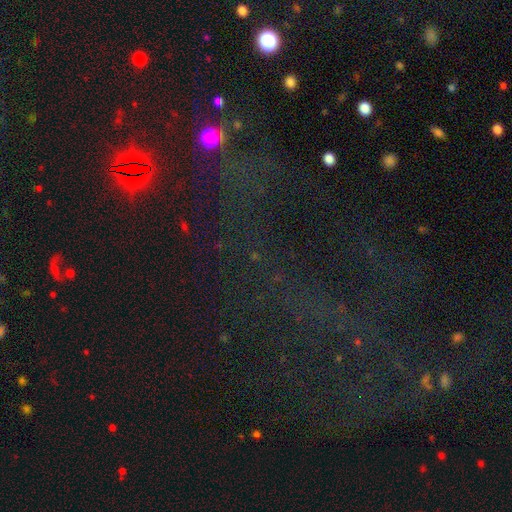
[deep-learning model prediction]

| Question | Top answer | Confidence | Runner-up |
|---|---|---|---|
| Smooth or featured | star or artifact | 71% | smooth (16%) |